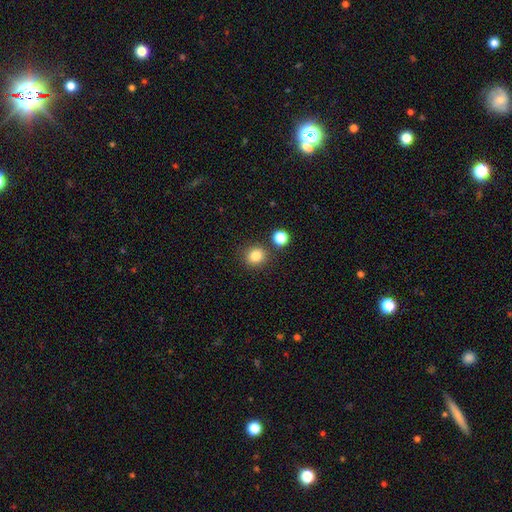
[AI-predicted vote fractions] smooth_or_featured: smooth (p=0.83) [alt: star or artifact p=0.12]
how_rounded: round (p=0.87) [alt: in between p=0.12]
merging: none (p=0.83) [alt: minor disturbance p=0.07]